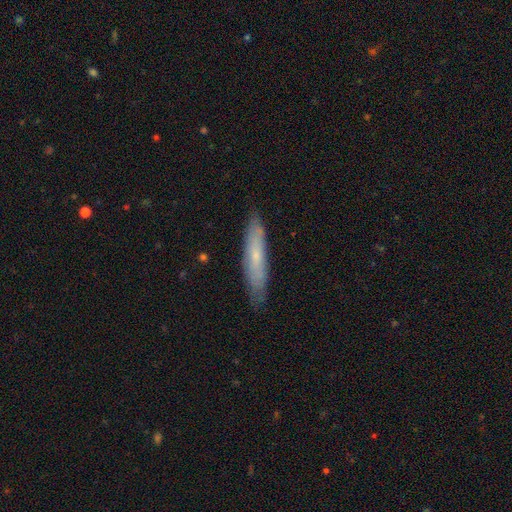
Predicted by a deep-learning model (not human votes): A smooth galaxy with no disk features (57%) that is cigar-shaped (87%).

Vote fractions:
- Smooth or featured? smooth: 57% / featured or disk: 37% / star or artifact: 6%
- How rounded? cigar-shaped: 87% / in between: 11% / round: 1%
- Merging? none: 86% / minor disturbance: 11% / major disturbance: 2% / merger: 1%